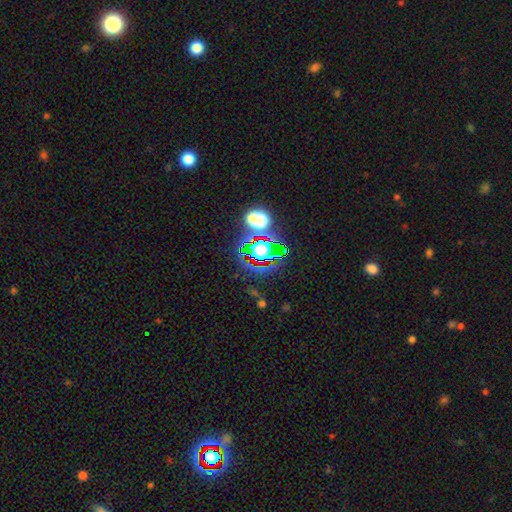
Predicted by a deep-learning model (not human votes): Q: Smooth or featured?
A: star or artifact (79%); runner-up: smooth (13%)